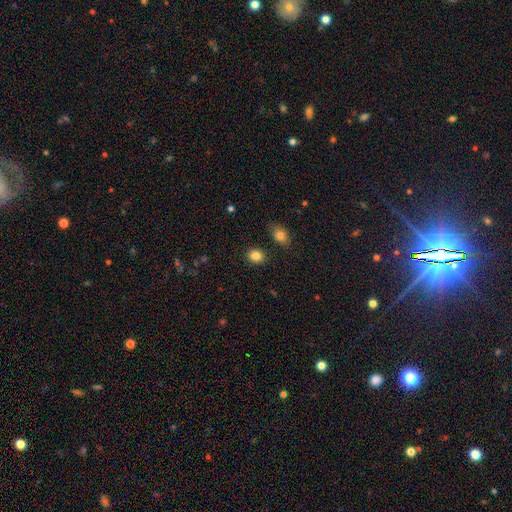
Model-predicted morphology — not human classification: A smooth galaxy with no disk features (85%) that is round (58%). Merging: none (86%).